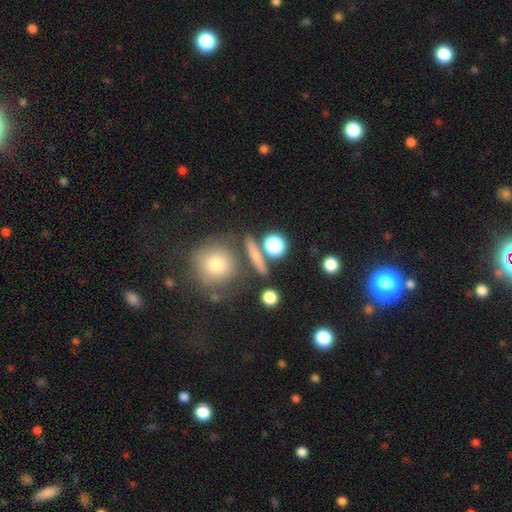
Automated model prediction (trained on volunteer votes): Smooth or featured? smooth (67%)
How rounded? round (42%)
Merging? none (75%)